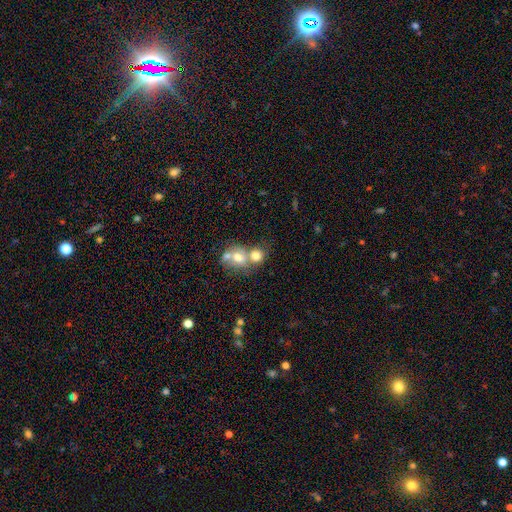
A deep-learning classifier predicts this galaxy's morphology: This is likely a smooth galaxy (69%). How rounded: likely round (68%). Merging: possibly merger (59%).